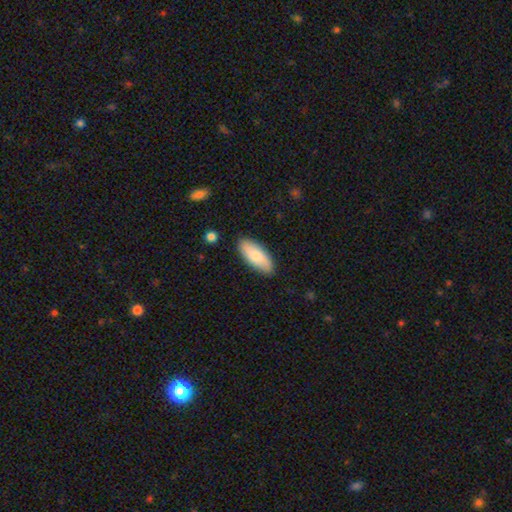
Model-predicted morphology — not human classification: Smooth or featured: smooth — 79% (featured or disk — 16%)
How rounded: in between — 82% (cigar-shaped — 16%)
Merging: none — 86% (minor disturbance — 11%)